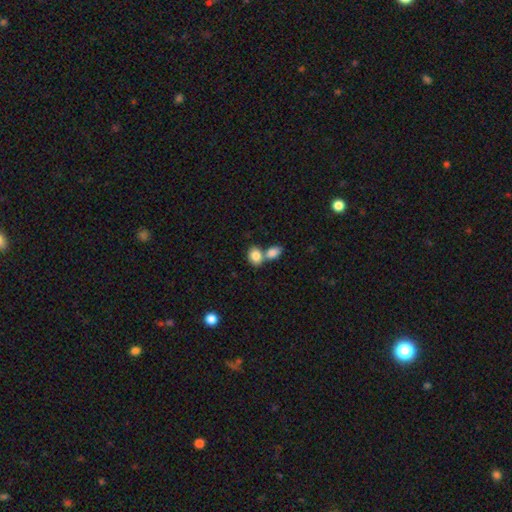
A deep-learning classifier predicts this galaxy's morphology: Smooth or featured: smooth — 84% (featured or disk — 8%)
How rounded: in between — 64% (round — 35%)
Merging: merger — 53% (none — 36%)